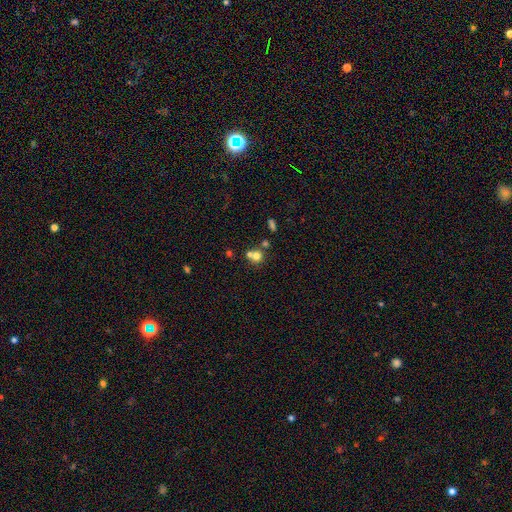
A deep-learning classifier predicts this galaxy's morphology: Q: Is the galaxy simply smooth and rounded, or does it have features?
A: smooth — 71%.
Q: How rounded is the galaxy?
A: round — 86%.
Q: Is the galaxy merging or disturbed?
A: none — 46%.